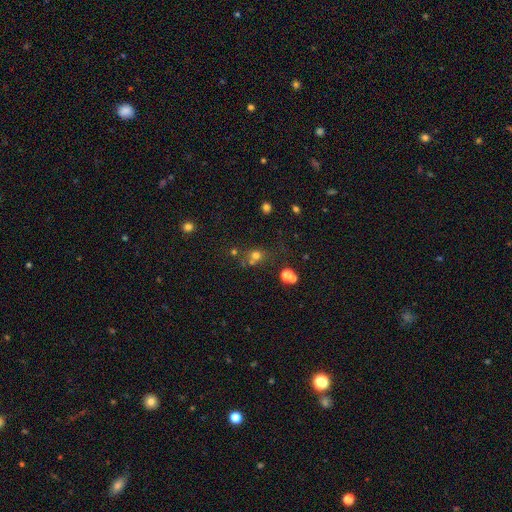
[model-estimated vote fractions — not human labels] Smooth or featured? smooth (65%)
How rounded? round (76%)
Merging? none (57%)